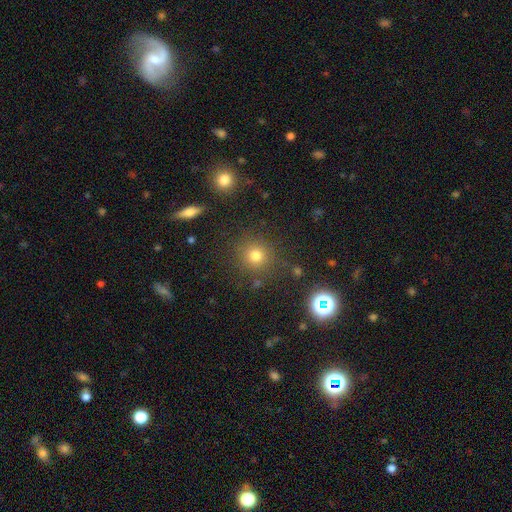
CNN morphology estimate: smooth_or_featured: smooth (p=0.74) [alt: star or artifact p=0.18]
how_rounded: round (p=0.91) [alt: in between p=0.08]
merging: none (p=0.85) [alt: minor disturbance p=0.08]